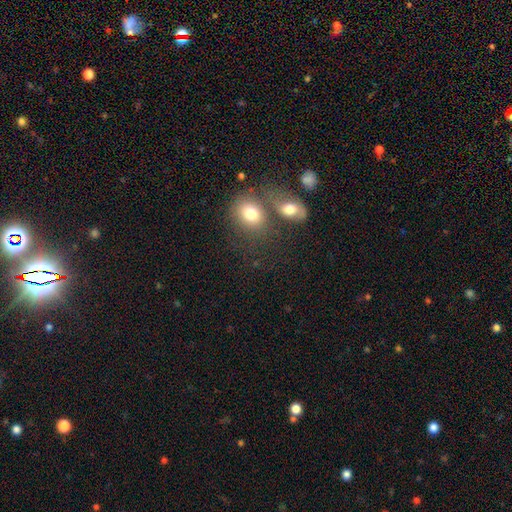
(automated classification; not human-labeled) A smooth galaxy with no disk features (60%) that is round (57%). Merging: none (46%).